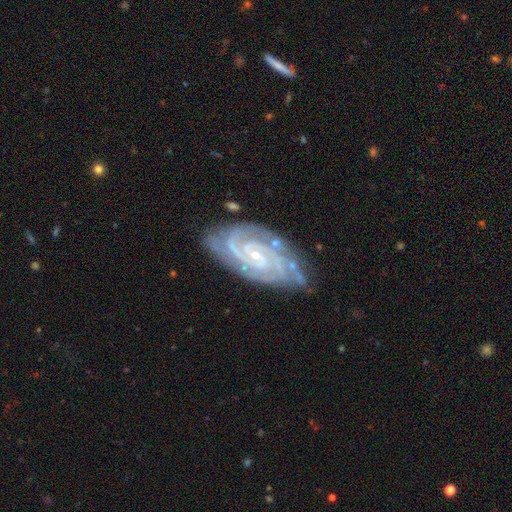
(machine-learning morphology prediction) Smooth or featured? Predicted: featured or disk (p=0.91). Edge-on disk? Predicted: no (p=0.97). Bar? Predicted: no (p=0.55). Spiral arms? Predicted: yes (p=0.98). Spiral winding? Predicted: tight (p=0.73). Spiral arm count? Predicted: 2 (p=0.36). Bulge size? Predicted: small (p=0.82). Merging? Predicted: none (p=0.73).